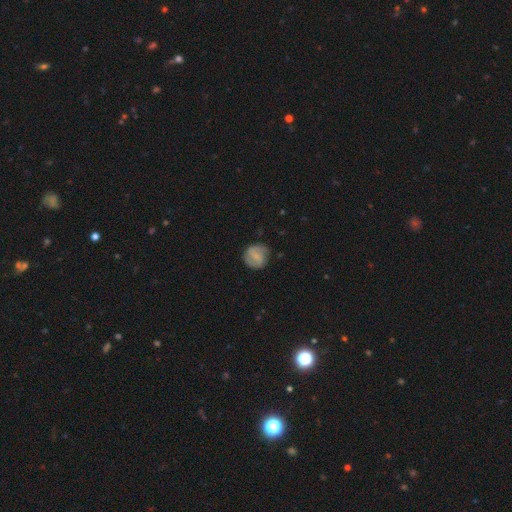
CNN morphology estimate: Smooth or featured? Predicted: featured or disk (p=0.50). Edge-on disk? Predicted: no (p=0.97). Merging? Predicted: none (p=0.75).